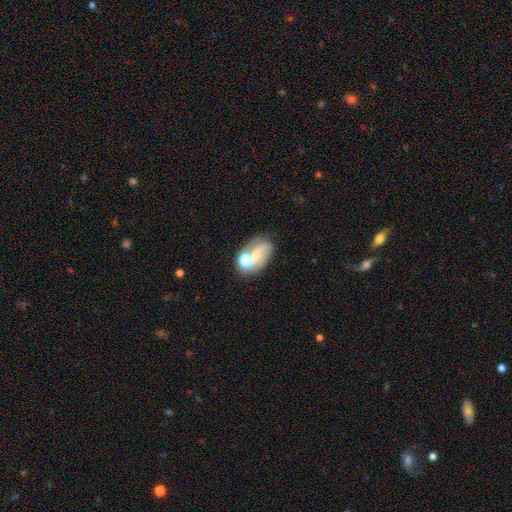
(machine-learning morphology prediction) smooth 46%, featured or disk 40%, star or artifact 14%. Down the decision tree: merging — none (36%).